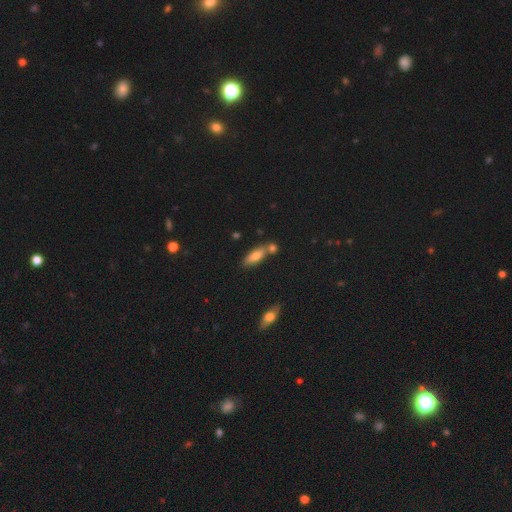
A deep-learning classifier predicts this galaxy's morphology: smooth-or-featured: smooth: 70% | featured or disk: 21% | star or artifact: 9%
  how-rounded: in between: 55% | cigar-shaped: 42% | round: 3%
  merging: none: 61% | merger: 23% | minor disturbance: 12% | major disturbance: 3%